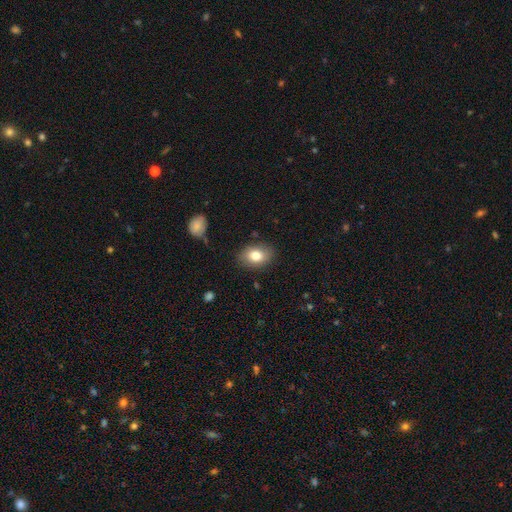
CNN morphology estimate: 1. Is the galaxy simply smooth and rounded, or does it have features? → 80% smooth, 12% featured or disk, 8% star or artifact.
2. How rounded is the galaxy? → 79% in between, 20% round, 1% cigar-shaped.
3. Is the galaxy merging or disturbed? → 83% none, 12% minor disturbance, 3% major disturbance, 2% merger.